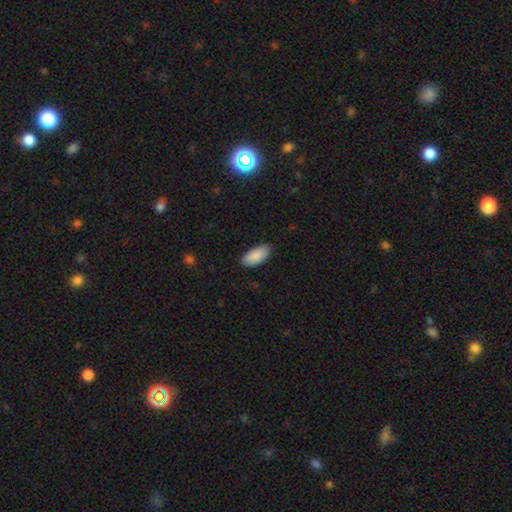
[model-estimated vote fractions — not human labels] Smooth or featured? Predicted: smooth (p=0.90). How rounded? Predicted: in between (p=0.91). Merging? Predicted: none (p=0.88).